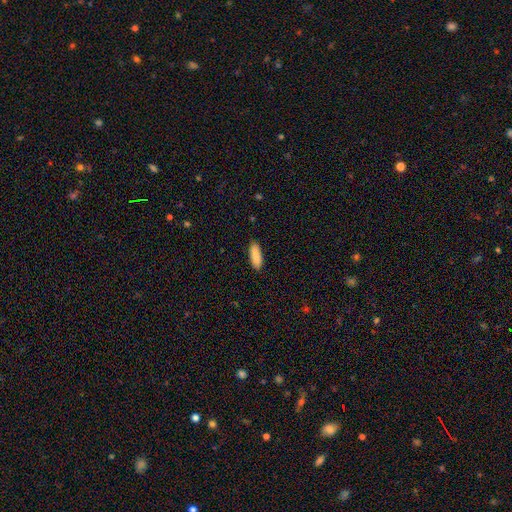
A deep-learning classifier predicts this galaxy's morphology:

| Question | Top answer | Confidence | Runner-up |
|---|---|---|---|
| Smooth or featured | smooth | 89% | star or artifact (6%) |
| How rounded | in between | 63% | cigar-shaped (35%) |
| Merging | none | 88% | minor disturbance (9%) |